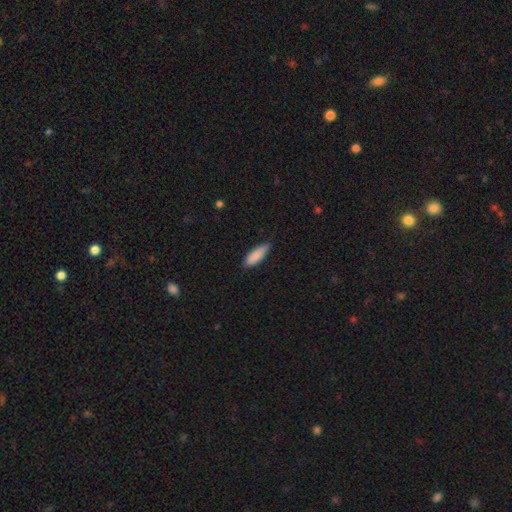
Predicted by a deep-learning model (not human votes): Smooth or featured: smooth — 87% (featured or disk — 7%)
How rounded: in between — 53% (cigar-shaped — 45%)
Merging: none — 79% (minor disturbance — 18%)